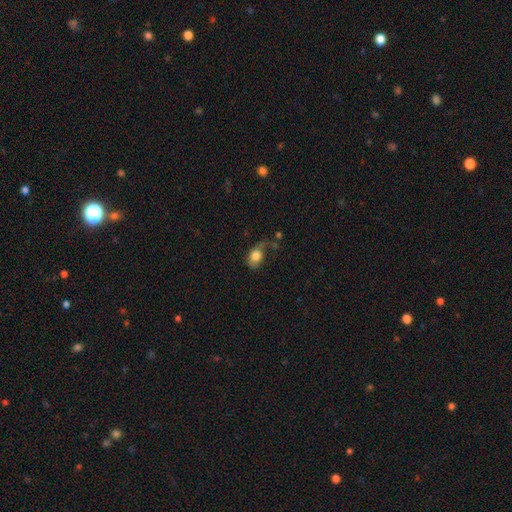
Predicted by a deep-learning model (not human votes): The model was most divided on "merging": none: 33%, major disturbance: 30%, minor disturbance: 29%, merger: 8%. More confident: how rounded — in between (78%); smooth or featured — smooth (77%).